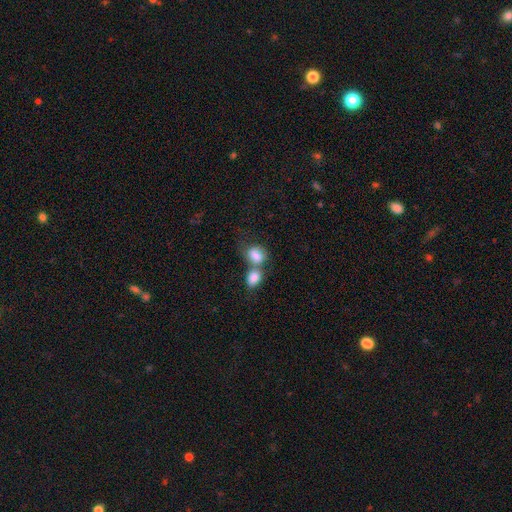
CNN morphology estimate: smooth_or_featured: smooth (p=0.81) [alt: featured or disk p=0.11]
how_rounded: in between (p=0.61) [alt: round p=0.37]
merging: merger (p=0.65) [alt: none p=0.22]